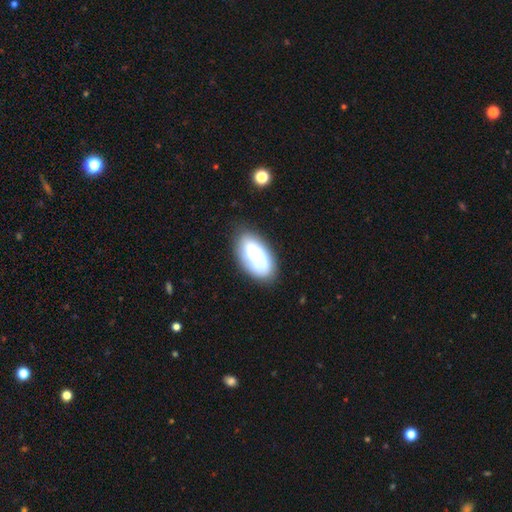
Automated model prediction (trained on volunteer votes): A smooth galaxy with no disk features (67%) that is in between round and cigar-shaped (92%).

Vote fractions:
- Smooth or featured? smooth: 67% / featured or disk: 25% / star or artifact: 8%
- How rounded? in between: 92% / round: 4% / cigar-shaped: 4%
- Merging? none: 66% / minor disturbance: 19% / merger: 8% / major disturbance: 6%